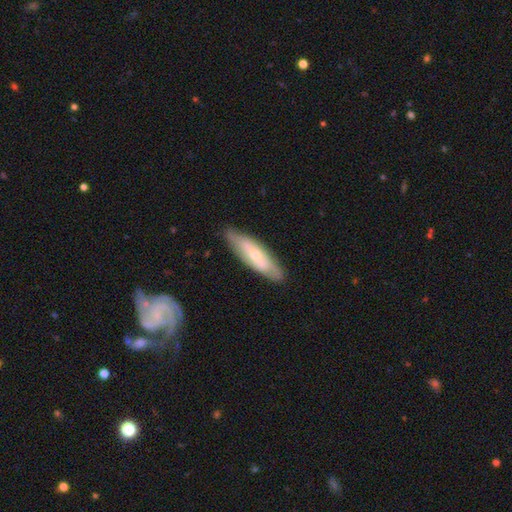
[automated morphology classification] A featured or disk galaxy (48%). Merging: none (82%).